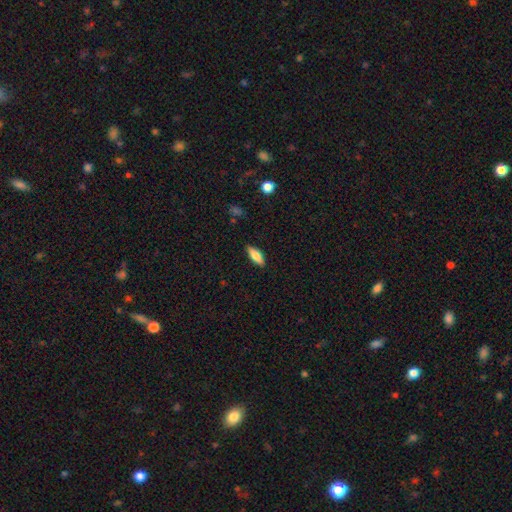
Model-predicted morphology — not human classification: Overall: smooth (78%). How rounded: in between (67%; cigar-shaped 30%). Merging: none (86%).